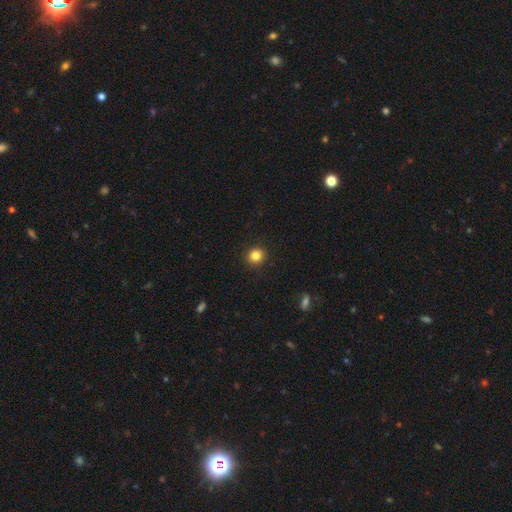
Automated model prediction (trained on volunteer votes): A smooth galaxy with no disk features (84%) that is round (90%).

Vote fractions:
- Smooth or featured? smooth: 84% / star or artifact: 12% / featured or disk: 4%
- How rounded? round: 90% / in between: 9% / cigar-shaped: 1%
- Merging? none: 92% / minor disturbance: 5% / major disturbance: 2% / merger: 1%